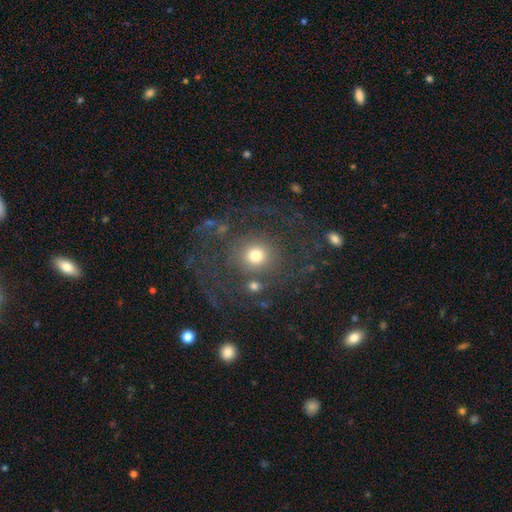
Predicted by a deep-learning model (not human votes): Q: Smooth or featured?
A: featured or disk (44%); runner-up: smooth (40%)
Q: Merging?
A: none (64%); runner-up: major disturbance (17%)